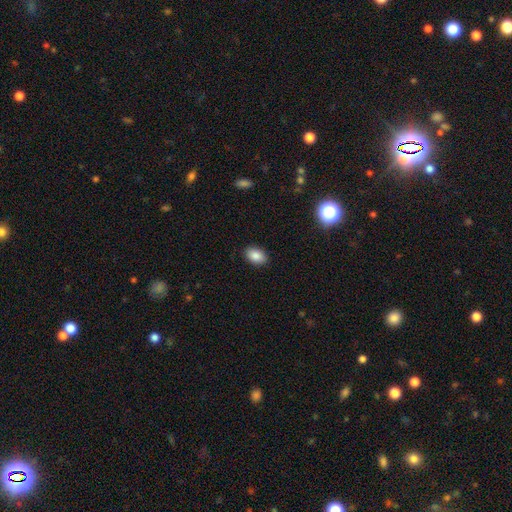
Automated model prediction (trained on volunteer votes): A smooth galaxy with no disk features (87%) that is in between round and cigar-shaped (88%). Merging: none (89%).